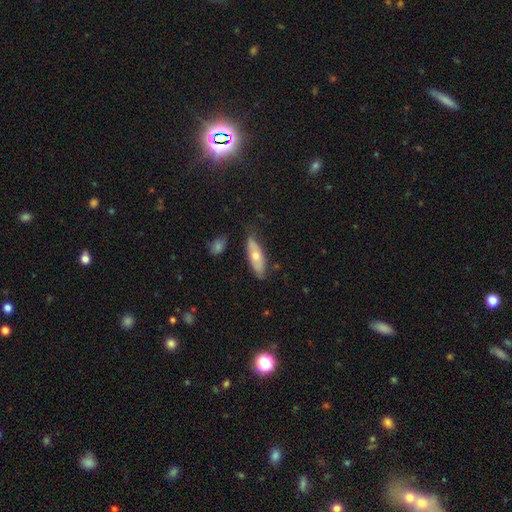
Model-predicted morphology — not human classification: Smooth or featured?
  - smooth: 60% *
  - featured or disk: 34%
  - star or artifact: 6%
How rounded?
  - in between: 56% *
  - cigar-shaped: 42%
  - round: 2%
Merging?
  - none: 70% *
  - minor disturbance: 22%
  - major disturbance: 5%
  - merger: 3%